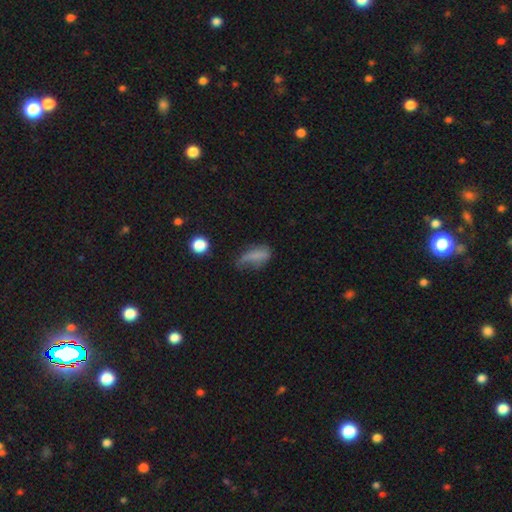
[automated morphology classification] This is likely a smooth galaxy (66%). How rounded: likely in between (71%). Merging: marginally none (37%).